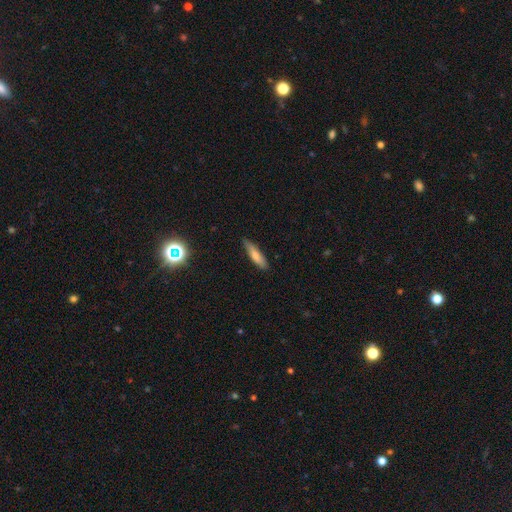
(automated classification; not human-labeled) A smooth galaxy with no disk features (73%) that is cigar-shaped (75%).

Vote fractions:
- Smooth or featured? smooth: 73% / featured or disk: 19% / star or artifact: 7%
- How rounded? cigar-shaped: 75% / in between: 23% / round: 2%
- Merging? none: 81% / minor disturbance: 16% / major disturbance: 2% / merger: 1%